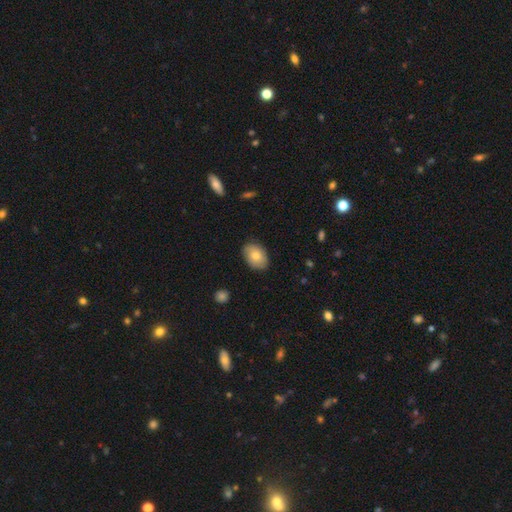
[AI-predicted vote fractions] This appears to be a smooth galaxy with no disk features (76%) that is in between round and cigar-shaped (83%). Merging: none (82%).